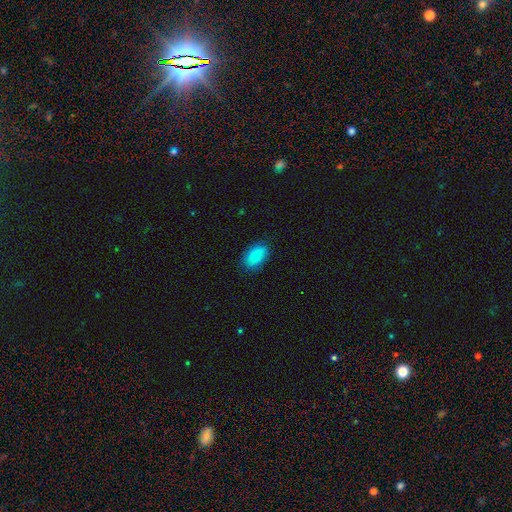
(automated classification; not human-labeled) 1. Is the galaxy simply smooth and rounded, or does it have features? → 89% smooth, 8% star or artifact, 4% featured or disk.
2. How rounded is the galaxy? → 91% in between, 7% round, 2% cigar-shaped.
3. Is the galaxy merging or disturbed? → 84% none, 12% minor disturbance, 3% major disturbance, 1% merger.